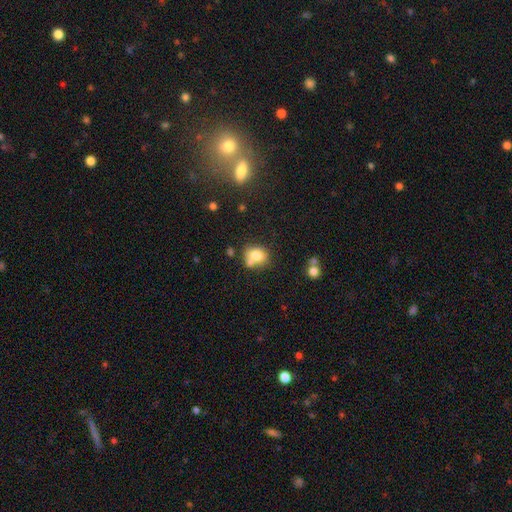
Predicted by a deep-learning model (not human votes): Q: Smooth or featured?
A: smooth (77%); runner-up: featured or disk (13%)
Q: How rounded?
A: round (62%); runner-up: in between (37%)
Q: Merging?
A: none (51%); runner-up: merger (29%)